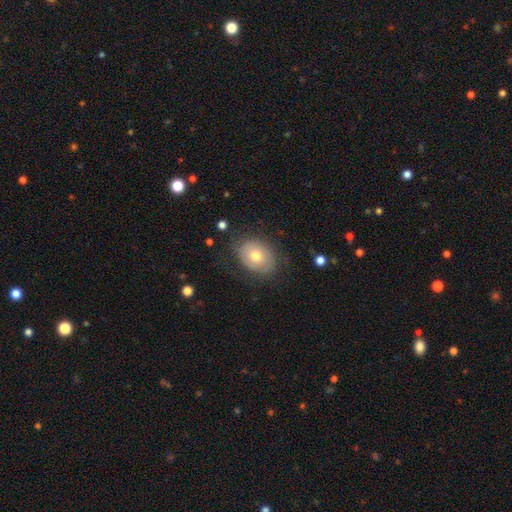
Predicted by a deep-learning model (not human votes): A smooth galaxy with no disk features (61%) that is in between round and cigar-shaped (68%).

Vote fractions:
- Smooth or featured? smooth: 61% / featured or disk: 32% / star or artifact: 8%
- How rounded? in between: 68% / round: 31% / cigar-shaped: 1%
- Merging? none: 73% / minor disturbance: 18% / major disturbance: 8% / merger: 1%